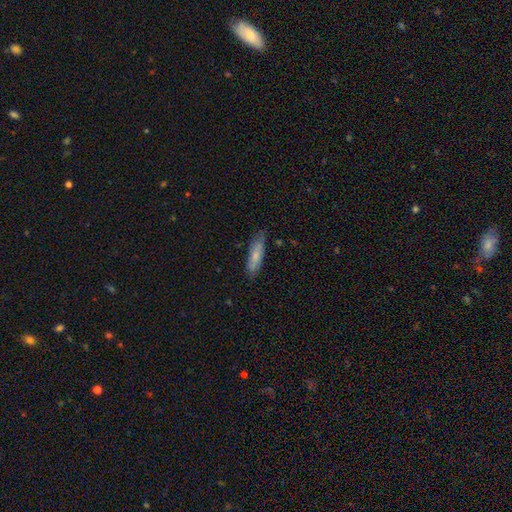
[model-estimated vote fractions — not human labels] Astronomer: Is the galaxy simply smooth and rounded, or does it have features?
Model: smooth — 72%.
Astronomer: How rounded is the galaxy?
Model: cigar-shaped — 62%.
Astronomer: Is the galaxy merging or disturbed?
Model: none — 78%.